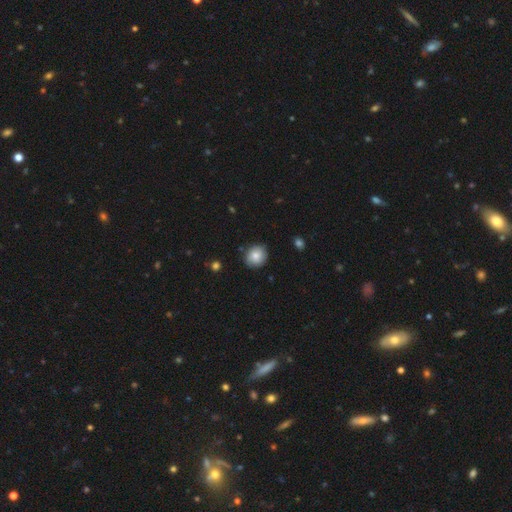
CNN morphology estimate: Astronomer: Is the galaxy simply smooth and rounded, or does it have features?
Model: smooth — 78%.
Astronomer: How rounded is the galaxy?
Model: round — 83%.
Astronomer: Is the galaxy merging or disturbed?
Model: none — 84%.